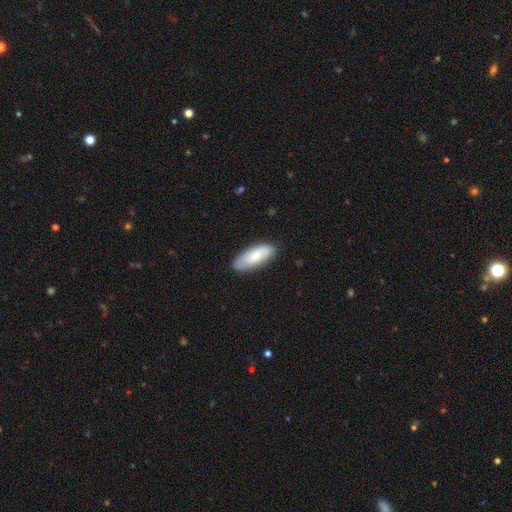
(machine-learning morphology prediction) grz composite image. It shows a smooth galaxy with no disk features (72%) that is in between round and cigar-shaped (81%). Merging: none (82%).